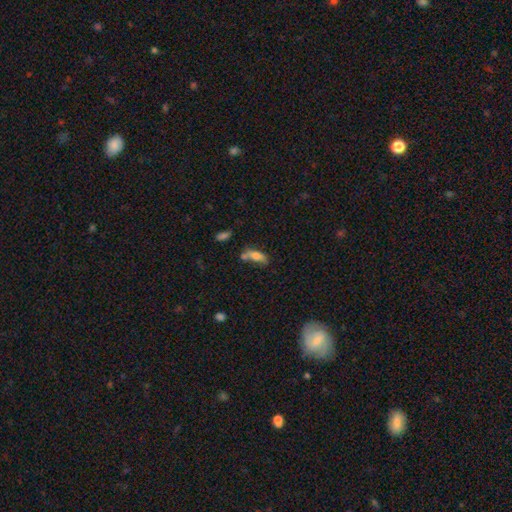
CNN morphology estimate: Smooth or featured? Predicted: smooth (p=0.71). How rounded? Predicted: in between (p=0.70). Merging? Predicted: none (p=0.36).